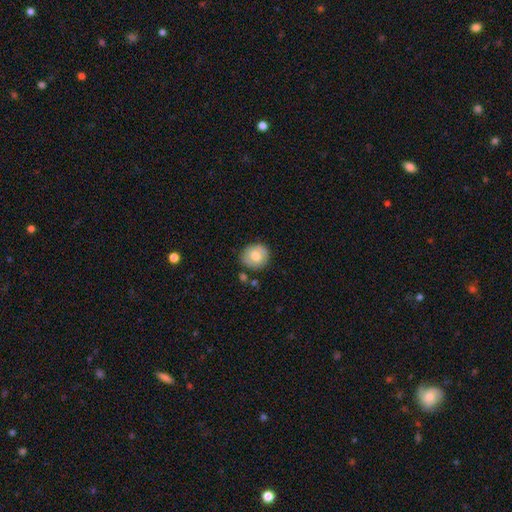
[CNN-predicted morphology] Smooth or featured: smooth — 72% (featured or disk — 21%)
How rounded: round — 85% (in between — 14%)
Merging: none — 80% (minor disturbance — 13%)